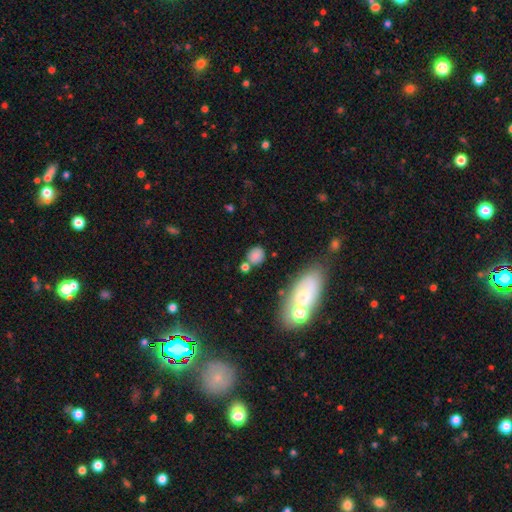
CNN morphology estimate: Smooth or featured? smooth (79%)
How rounded? round (70%)
Merging? none (68%)